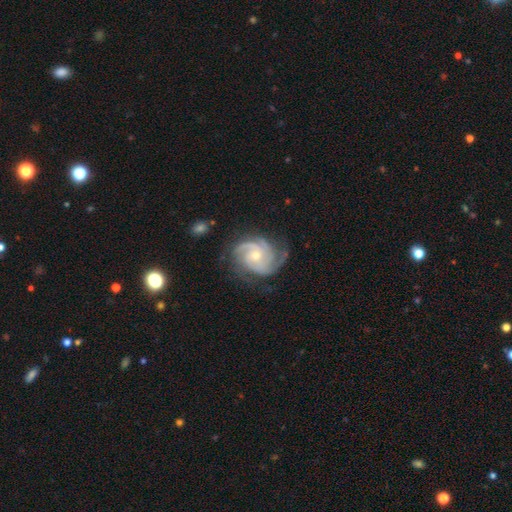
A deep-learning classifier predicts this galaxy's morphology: smooth_or_featured: featured or disk (p=0.91) [alt: smooth p=0.05]
disk_edge_on: no (p=0.98) [alt: yes p=0.02]
bar: no (p=0.72) [alt: weak p=0.23]
has_spiral_arms: yes (p=0.98) [alt: no p=0.02]
spiral_winding: tight (p=0.56) [alt: medium p=0.37]
spiral_arm_count: 3 (p=0.49) [alt: 2 p=0.20]
bulge_size: small (p=0.51) [alt: moderate p=0.46]
merging: none (p=0.72) [alt: minor disturbance p=0.19]